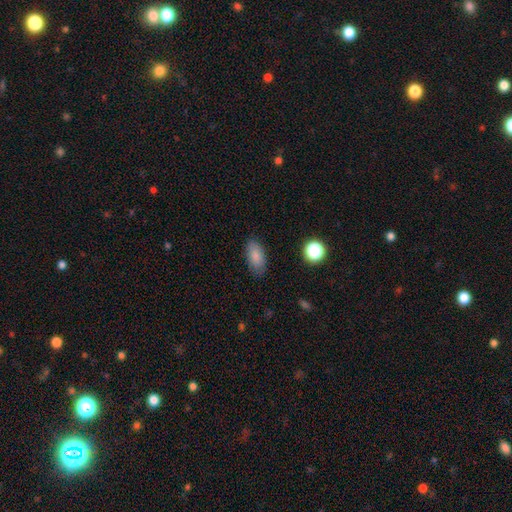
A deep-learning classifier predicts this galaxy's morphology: smooth_or_featured: smooth (p=0.84) [alt: star or artifact p=0.09]
how_rounded: in between (p=0.91) [alt: cigar-shaped p=0.05]
merging: none (p=0.83) [alt: minor disturbance p=0.13]